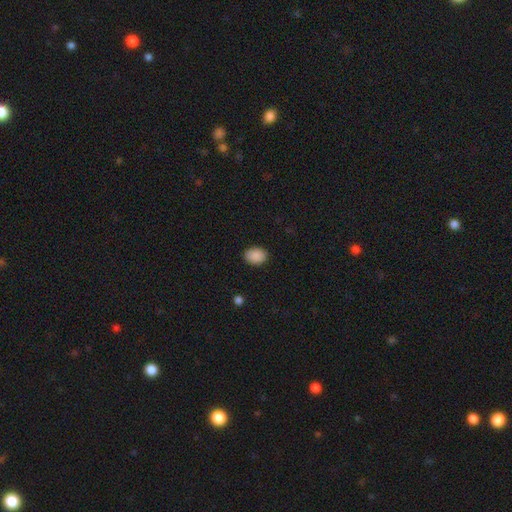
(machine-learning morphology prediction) This appears to be a smooth galaxy with no disk features (89%) that is in between round and cigar-shaped (72%). Merging: none (88%).